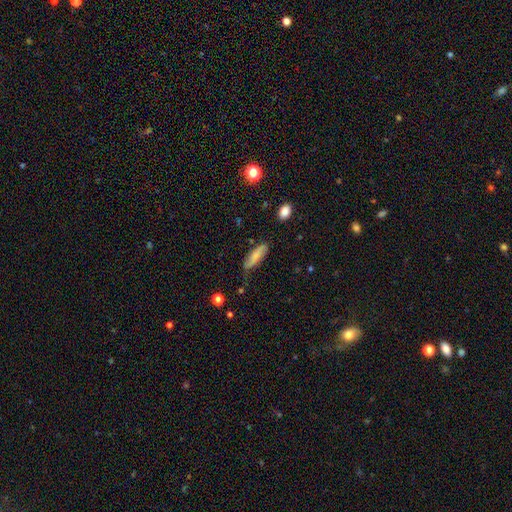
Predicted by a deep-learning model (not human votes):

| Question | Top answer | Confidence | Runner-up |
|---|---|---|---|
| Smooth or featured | smooth | 66% | featured or disk (27%) |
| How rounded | in between | 50% | cigar-shaped (47%) |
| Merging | none | 68% | minor disturbance (25%) |